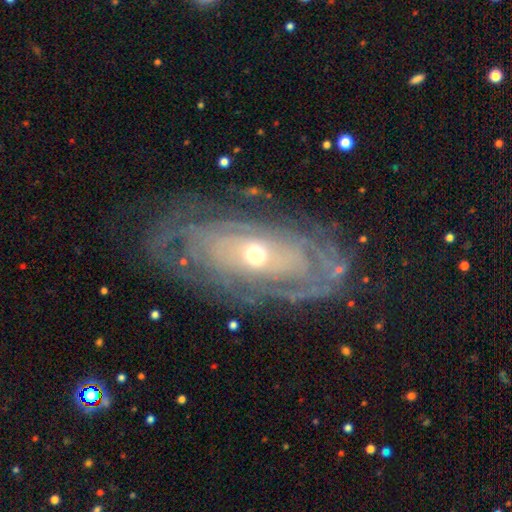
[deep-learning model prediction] smooth_or_featured: featured or disk (p=0.85) [alt: smooth p=0.10]
disk_edge_on: no (p=0.90) [alt: yes p=0.10]
bar: no (p=0.78) [alt: weak p=0.15]
has_spiral_arms: yes (p=0.87) [alt: no p=0.13]
spiral_winding: tight (p=0.74) [alt: medium p=0.19]
spiral_arm_count: can't tell (p=0.46) [alt: 2 p=0.16]
bulge_size: moderate (p=0.61) [alt: small p=0.32]
merging: none (p=0.72) [alt: minor disturbance p=0.17]